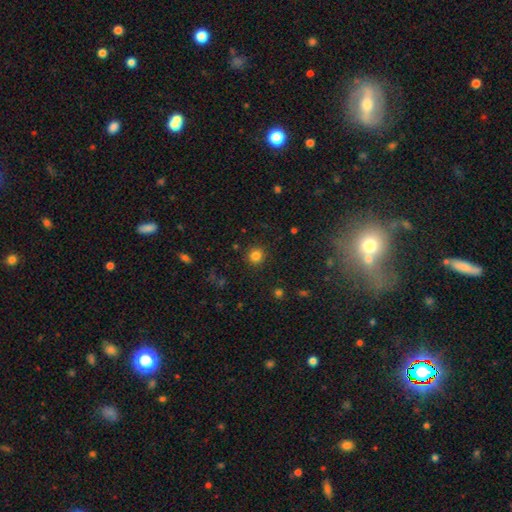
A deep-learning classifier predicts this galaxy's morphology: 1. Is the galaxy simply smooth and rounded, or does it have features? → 82% smooth, 13% star or artifact, 4% featured or disk.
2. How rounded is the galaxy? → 92% round, 7% in between, 1% cigar-shaped.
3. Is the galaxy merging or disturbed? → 90% none, 6% minor disturbance, 3% major disturbance, 1% merger.